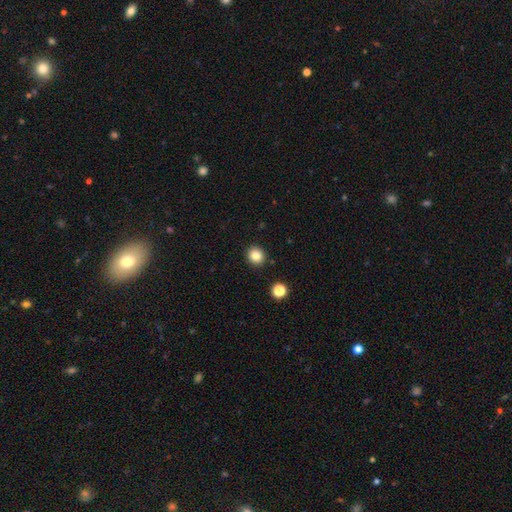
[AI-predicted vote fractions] Smooth or featured? Predicted: smooth (p=0.84). How rounded? Predicted: round (p=0.85). Merging? Predicted: none (p=0.90).